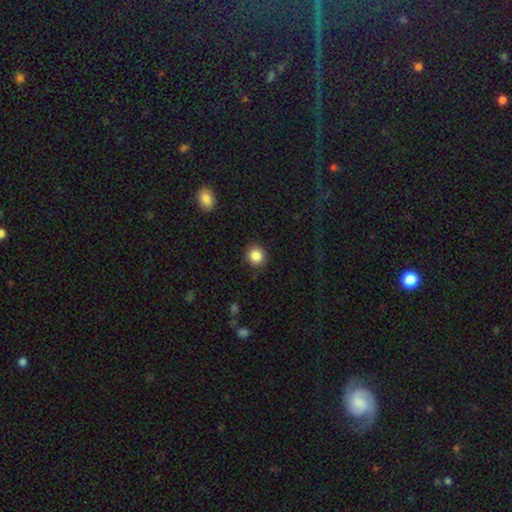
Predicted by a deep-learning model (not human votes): Smooth or featured? Predicted: smooth (p=0.86). How rounded? Predicted: round (p=0.88). Merging? Predicted: none (p=0.90).